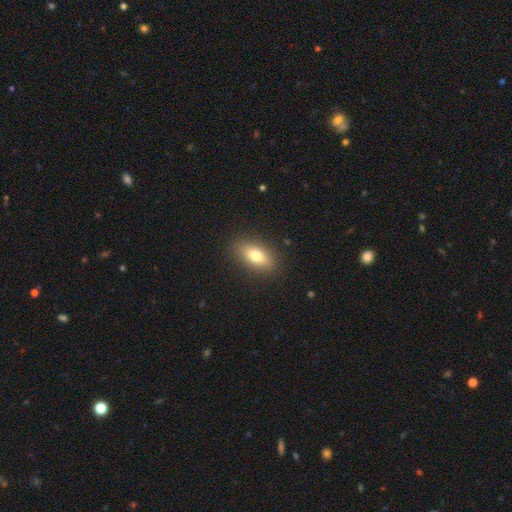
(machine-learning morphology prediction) This is likely a smooth galaxy (76%). How rounded: clearly in between (83%). Merging: clearly none (88%).